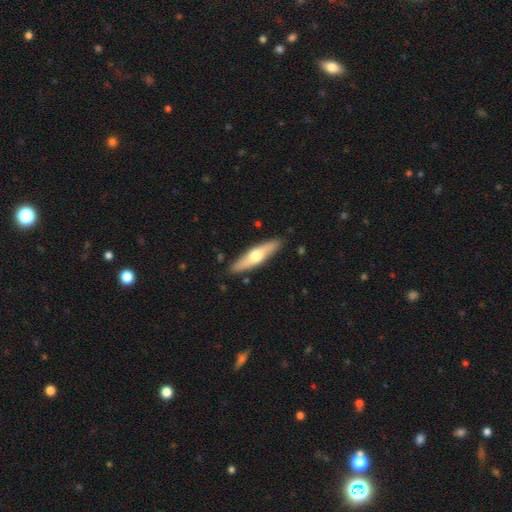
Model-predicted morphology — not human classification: Q: Smooth or featured?
A: featured or disk (50%); runner-up: smooth (45%)
Q: Merging?
A: none (88%); runner-up: minor disturbance (9%)